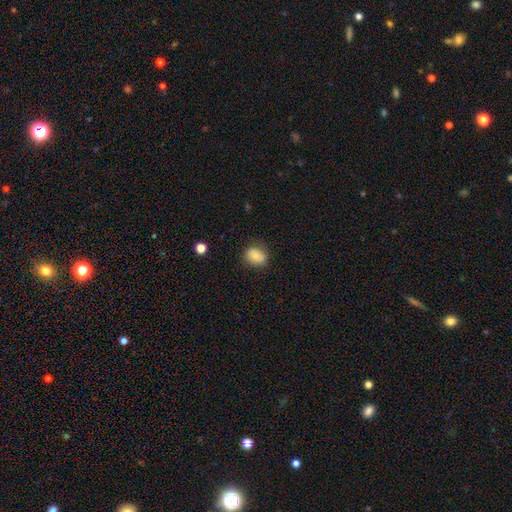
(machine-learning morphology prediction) Smooth or featured? smooth (76%)
How rounded? round (51%)
Merging? none (74%)